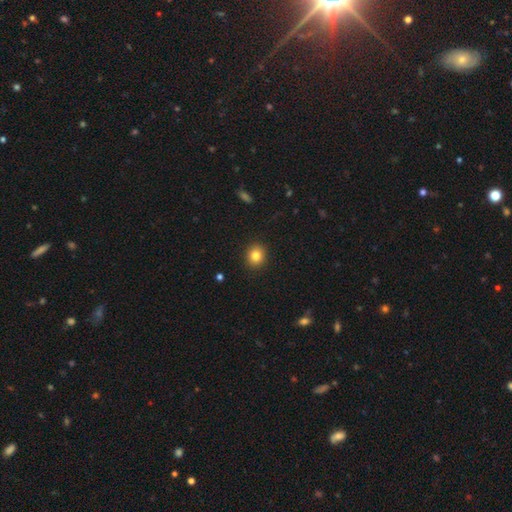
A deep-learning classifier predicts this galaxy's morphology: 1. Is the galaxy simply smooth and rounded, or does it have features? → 82% smooth, 11% star or artifact, 7% featured or disk.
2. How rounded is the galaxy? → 80% round, 19% in between, 1% cigar-shaped.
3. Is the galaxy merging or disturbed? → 92% none, 6% minor disturbance, 2% major disturbance, 1% merger.